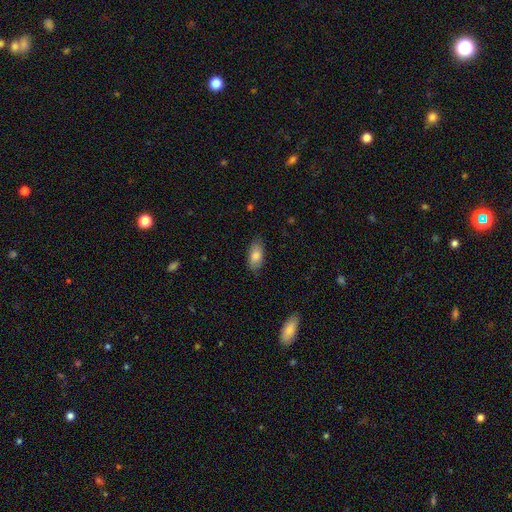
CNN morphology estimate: smooth 80%, featured or disk 13%, star or artifact 6%. Down the decision tree: how rounded — in between (88%); merging — none (82%).